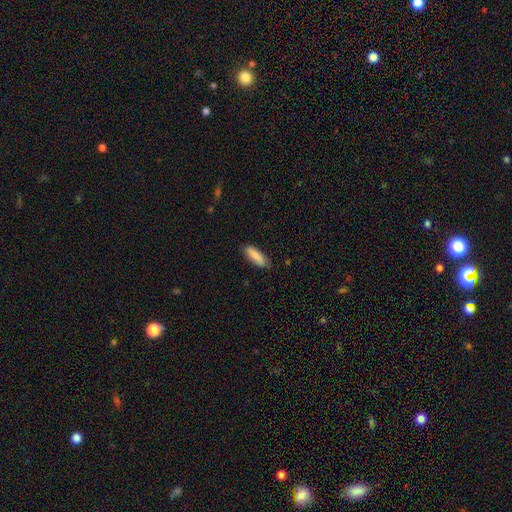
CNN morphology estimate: This appears to be a smooth galaxy with no disk features (85%) that is in between round and cigar-shaped (56%). Merging: none (80%).